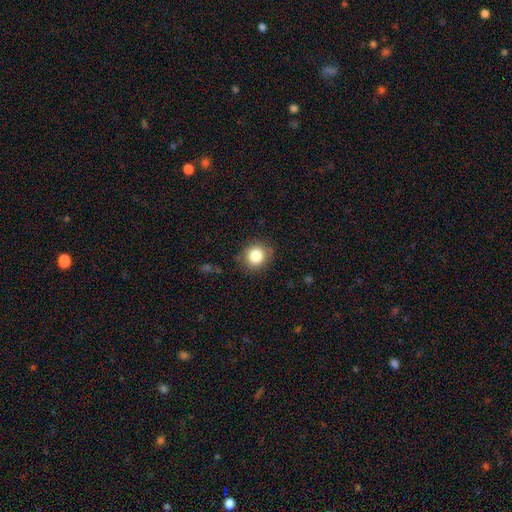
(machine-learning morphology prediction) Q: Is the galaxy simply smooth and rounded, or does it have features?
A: smooth — 83%.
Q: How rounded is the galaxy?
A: round — 81%.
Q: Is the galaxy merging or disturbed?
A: none — 83%.